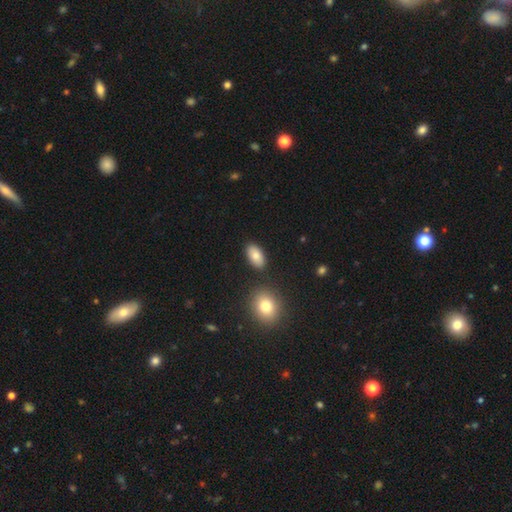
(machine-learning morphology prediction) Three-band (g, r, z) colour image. It shows a smooth galaxy with no disk features (84%) that is in between round and cigar-shaped (93%). Merging: none (84%).